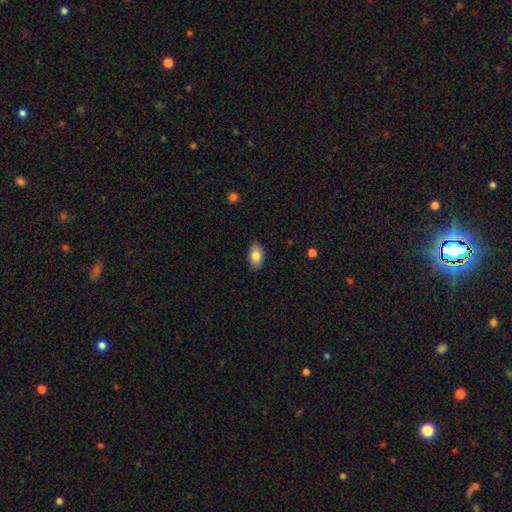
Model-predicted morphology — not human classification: Smooth or featured? smooth (82%)
How rounded? in between (90%)
Merging? none (87%)